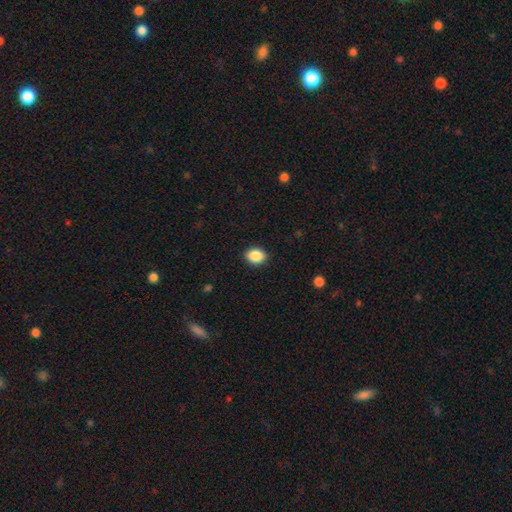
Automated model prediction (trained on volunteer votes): smooth_or_featured: smooth (p=0.88) [alt: star or artifact p=0.08]
how_rounded: in between (p=0.55) [alt: round p=0.44]
merging: none (p=0.89) [alt: minor disturbance p=0.08]